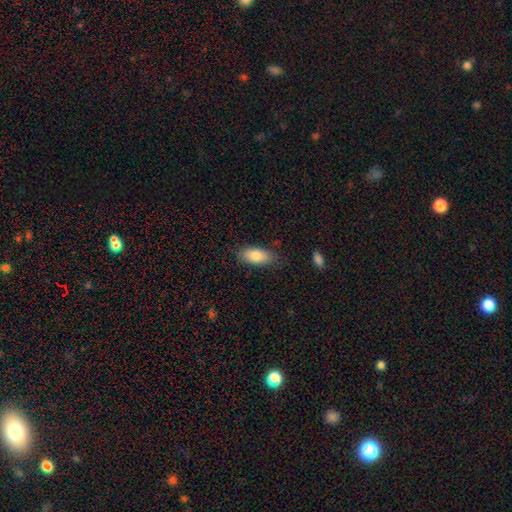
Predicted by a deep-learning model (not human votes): A smooth galaxy with no disk features (83%) that is in between round and cigar-shaped (87%).

Vote fractions:
- Smooth or featured? smooth: 83% / featured or disk: 10% / star or artifact: 7%
- How rounded? in between: 87% / cigar-shaped: 10% / round: 2%
- Merging? none: 82% / minor disturbance: 14% / major disturbance: 3% / merger: 1%